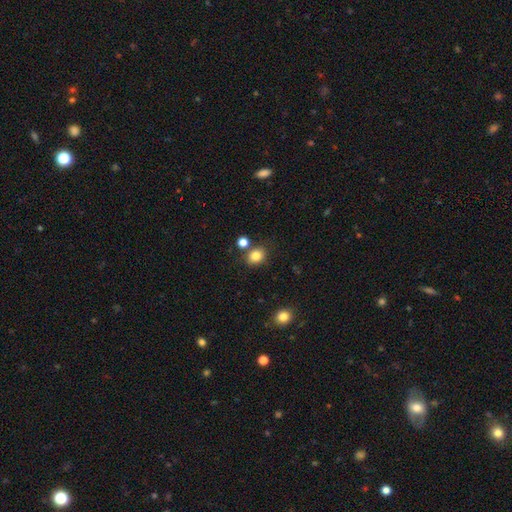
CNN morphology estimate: A smooth galaxy with no disk features (83%) that is round (59%).

Vote fractions:
- Smooth or featured? smooth: 83% / star or artifact: 11% / featured or disk: 6%
- How rounded? round: 59% / in between: 40% / cigar-shaped: 1%
- Merging? none: 74% / merger: 12% / minor disturbance: 11% / major disturbance: 3%